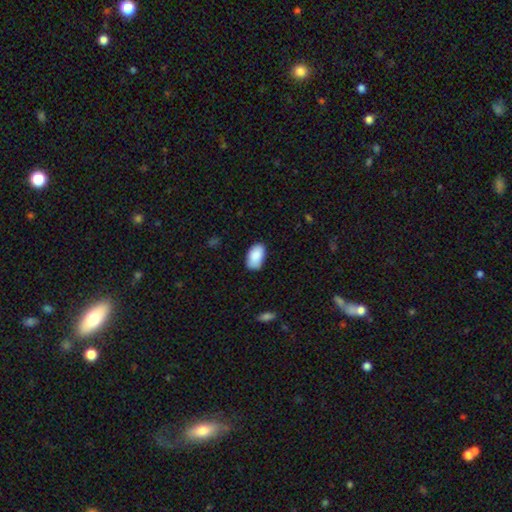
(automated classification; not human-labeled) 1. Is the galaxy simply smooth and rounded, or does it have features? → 89% smooth, 6% star or artifact, 5% featured or disk.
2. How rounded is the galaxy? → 95% in between, 4% round, 1% cigar-shaped.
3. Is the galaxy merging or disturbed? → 80% none, 16% minor disturbance, 2% major disturbance, 1% merger.